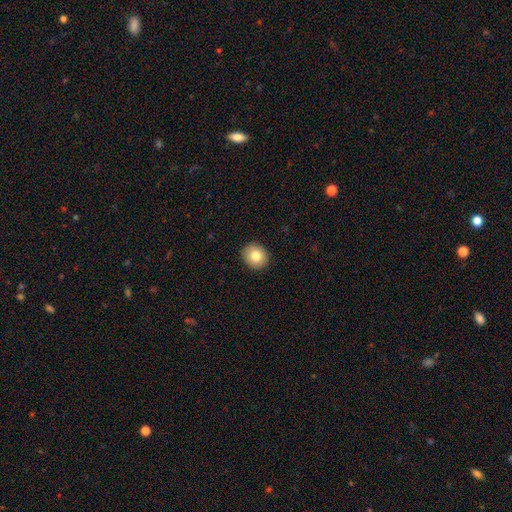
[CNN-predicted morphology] smooth 80%, featured or disk 11%, star or artifact 9%. Down the decision tree: how rounded — round (76%); merging — none (91%).